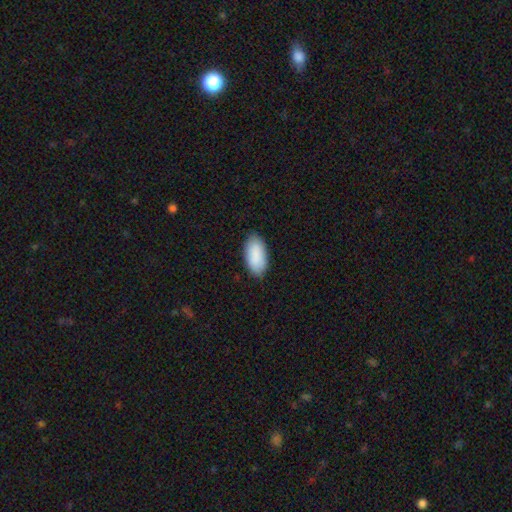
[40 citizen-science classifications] smooth 85%, star or artifact 12%, featured or disk 2%. Down the decision tree: how rounded — in between (82%); merging — none (77%).